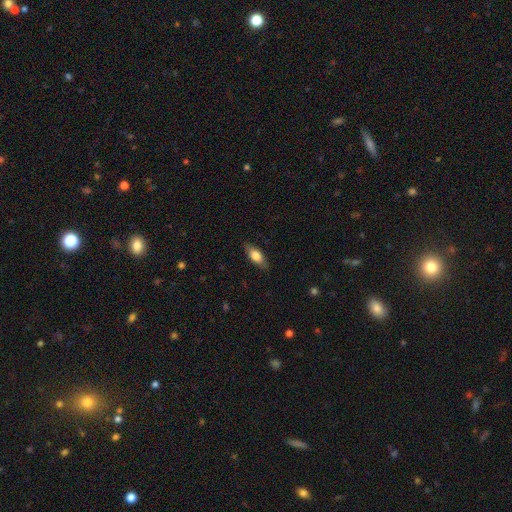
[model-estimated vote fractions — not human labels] This is likely a smooth galaxy (72%). How rounded: likely in between (76%). Merging: clearly none (84%).